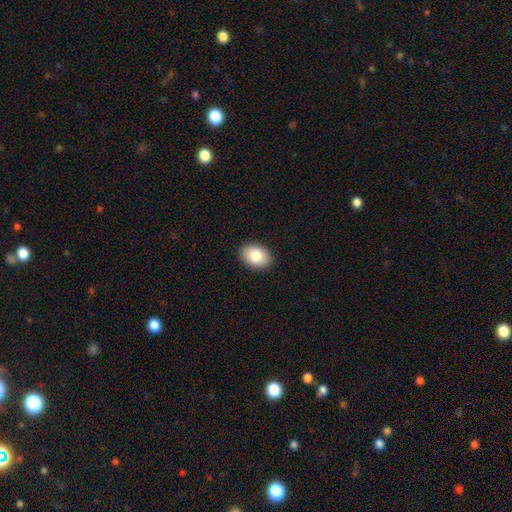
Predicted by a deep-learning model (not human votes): Smooth or featured: smooth — 83% (featured or disk — 9%)
How rounded: in between — 77% (round — 22%)
Merging: none — 90% (minor disturbance — 7%)